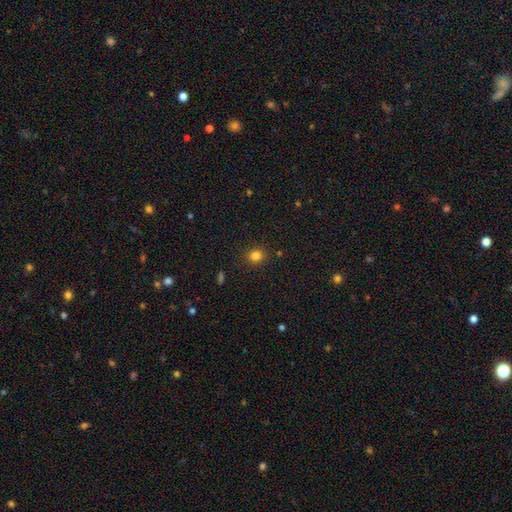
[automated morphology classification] smooth_or_featured: smooth (p=0.82) [alt: star or artifact p=0.13]
how_rounded: round (p=0.82) [alt: in between p=0.17]
merging: none (p=0.90) [alt: minor disturbance p=0.07]